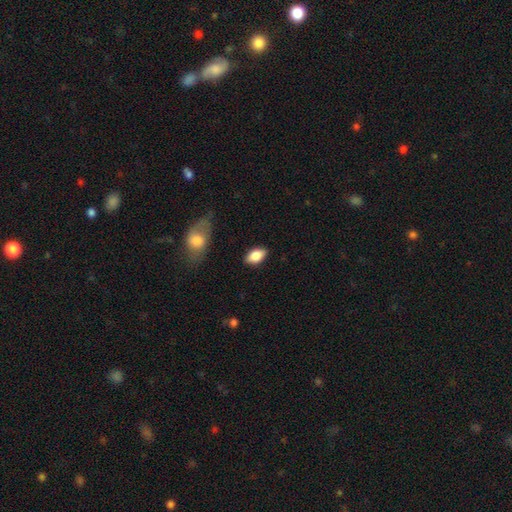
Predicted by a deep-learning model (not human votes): This appears to be a smooth galaxy with no disk features (84%) that is in between round and cigar-shaped (91%). Merging: none (86%).